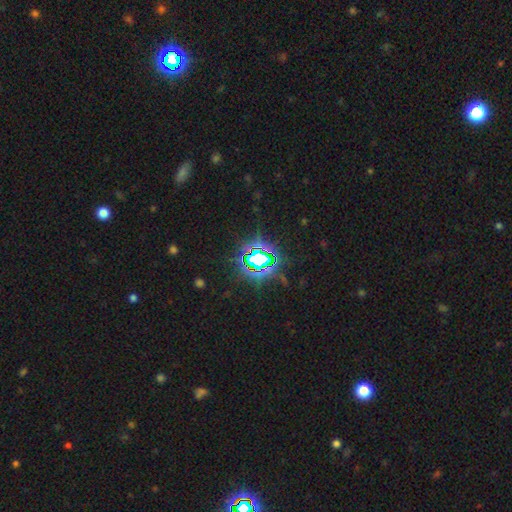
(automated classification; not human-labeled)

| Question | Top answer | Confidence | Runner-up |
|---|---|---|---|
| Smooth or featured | star or artifact | 82% | smooth (11%) |